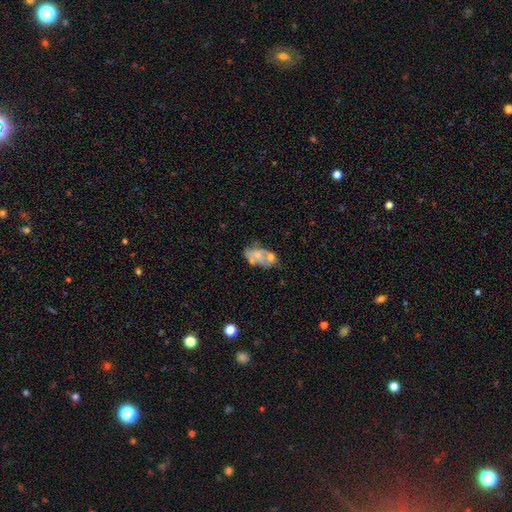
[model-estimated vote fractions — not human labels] Smooth or featured: featured or disk — 47% (smooth — 45%)
Merging: merger — 34% (none — 32%)